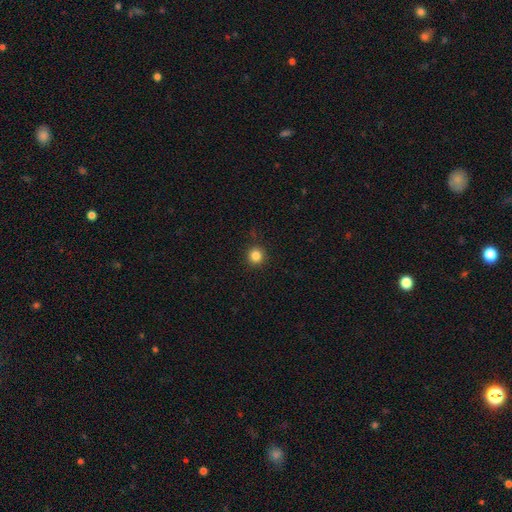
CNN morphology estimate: Smooth or featured?
  - smooth: 84% *
  - star or artifact: 12%
  - featured or disk: 4%
How rounded?
  - round: 94% *
  - in between: 5%
  - cigar-shaped: 1%
Merging?
  - none: 91% *
  - minor disturbance: 6%
  - major disturbance: 2%
  - merger: 1%